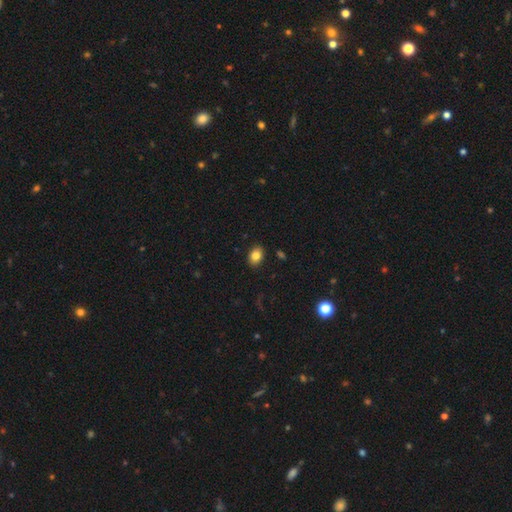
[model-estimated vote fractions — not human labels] smooth-or-featured: smooth: 84% | star or artifact: 9% | featured or disk: 7%
  how-rounded: in between: 78% | round: 21% | cigar-shaped: 1%
  merging: none: 89% | minor disturbance: 8% | major disturbance: 2% | merger: 1%